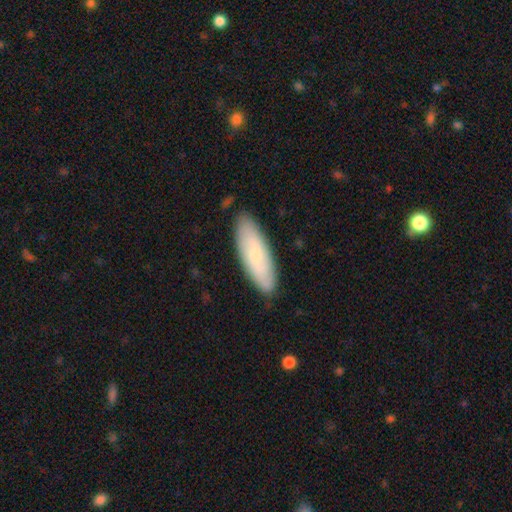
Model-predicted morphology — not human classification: smooth 61%, featured or disk 33%, star or artifact 6%. Down the decision tree: how rounded — in between (54%); merging — none (85%).